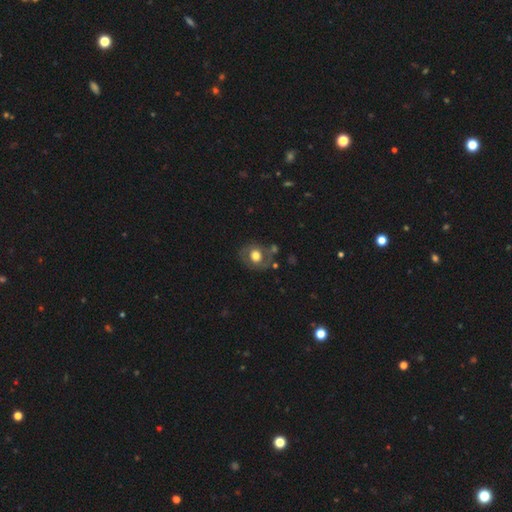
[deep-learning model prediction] smooth 54%, featured or disk 38%, star or artifact 9%. Down the decision tree: how rounded — round (63%); merging — none (66%).